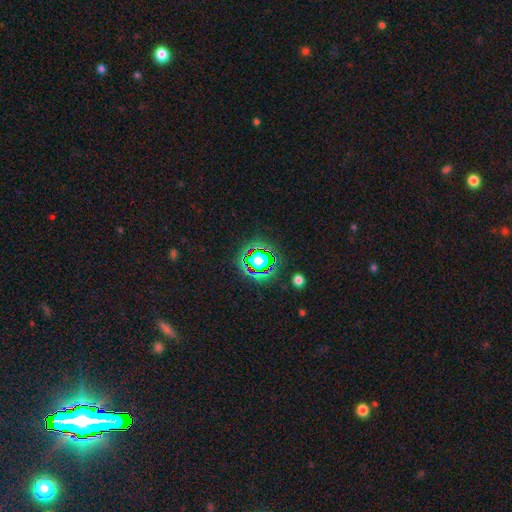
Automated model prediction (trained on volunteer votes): Smooth or featured?
  - star or artifact: 76% *
  - smooth: 15%
  - featured or disk: 8%